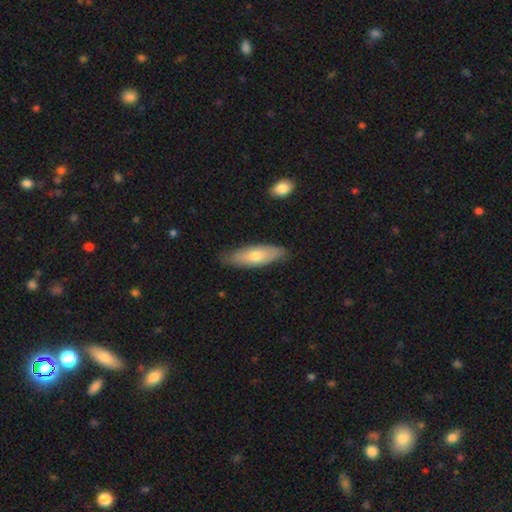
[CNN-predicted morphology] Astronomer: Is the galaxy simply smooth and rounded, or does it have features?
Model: smooth — 63%.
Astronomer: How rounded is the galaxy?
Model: in between — 59% (runner-up: cigar-shaped, 38%).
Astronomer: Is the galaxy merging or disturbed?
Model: none — 79%.